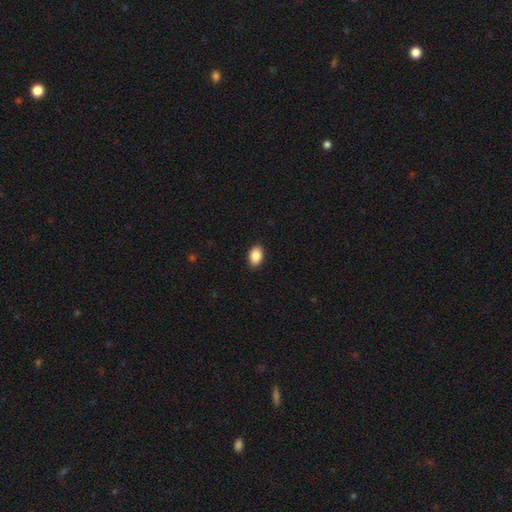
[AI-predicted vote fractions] smooth-or-featured: smooth: 88% | star or artifact: 7% | featured or disk: 5%
  how-rounded: in between: 88% | round: 10% | cigar-shaped: 1%
  merging: none: 90% | minor disturbance: 8% | major disturbance: 2% | merger: 1%